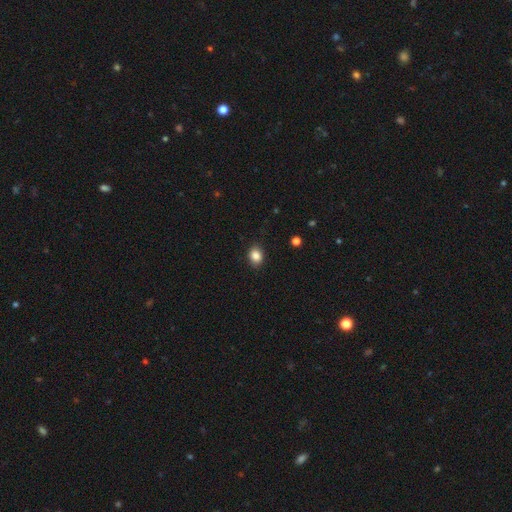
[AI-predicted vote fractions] This is clearly a smooth galaxy (86%). How rounded: possibly in between (53%). Merging: clearly none (87%).